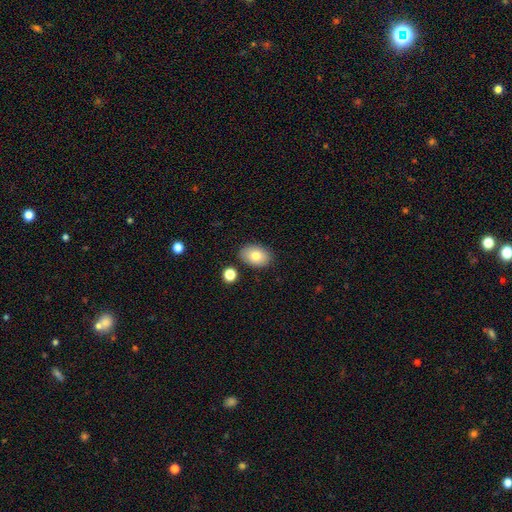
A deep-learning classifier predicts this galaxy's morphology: This appears to be a smooth galaxy with no disk features (79%) that is in between round and cigar-shaped (83%). Merging: none (84%).